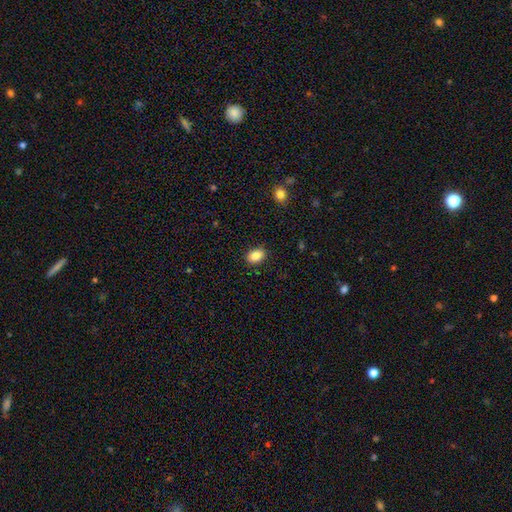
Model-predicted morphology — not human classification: smooth_or_featured: smooth (p=0.87) [alt: star or artifact p=0.08]
how_rounded: in between (p=0.81) [alt: round p=0.18]
merging: none (p=0.88) [alt: minor disturbance p=0.08]